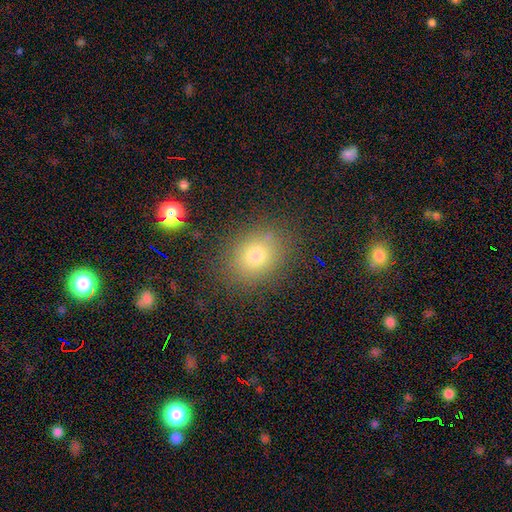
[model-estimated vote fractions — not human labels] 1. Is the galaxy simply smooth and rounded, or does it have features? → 75% smooth, 16% star or artifact, 10% featured or disk.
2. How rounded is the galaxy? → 53% round, 46% in between, 1% cigar-shaped.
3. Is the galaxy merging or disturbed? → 83% none, 11% minor disturbance, 4% major disturbance, 2% merger.